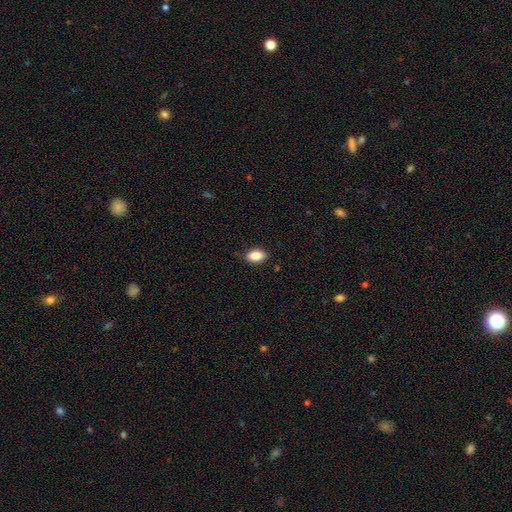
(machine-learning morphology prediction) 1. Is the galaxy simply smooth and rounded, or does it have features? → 88% smooth, 7% star or artifact, 5% featured or disk.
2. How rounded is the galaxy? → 90% in between, 8% round, 3% cigar-shaped.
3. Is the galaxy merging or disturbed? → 85% none, 12% minor disturbance, 2% major disturbance, 1% merger.